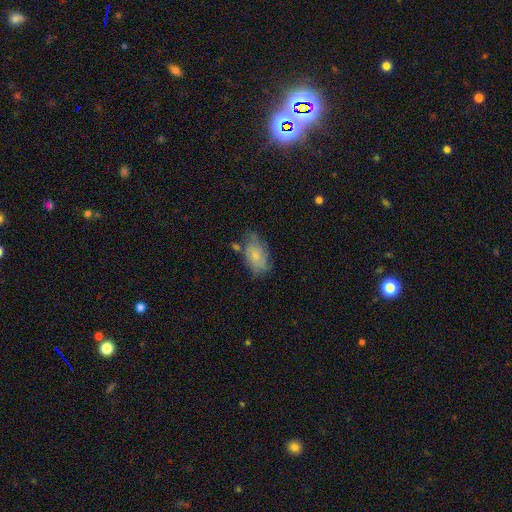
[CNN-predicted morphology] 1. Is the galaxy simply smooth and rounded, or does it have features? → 66% smooth, 26% featured or disk, 8% star or artifact.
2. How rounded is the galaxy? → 91% in between, 7% round, 2% cigar-shaped.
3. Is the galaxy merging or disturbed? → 53% none, 29% minor disturbance, 10% major disturbance, 7% merger.